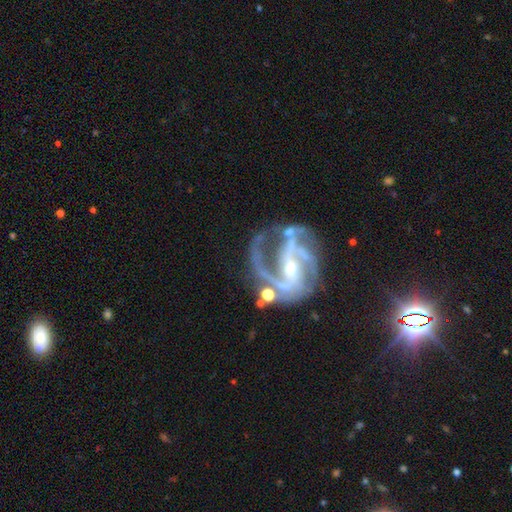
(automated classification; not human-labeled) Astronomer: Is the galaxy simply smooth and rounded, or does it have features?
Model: featured or disk — 90%.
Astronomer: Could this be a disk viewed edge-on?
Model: no — 98%.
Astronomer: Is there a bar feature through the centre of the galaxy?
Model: weak — 42% (runner-up: strong, 37%).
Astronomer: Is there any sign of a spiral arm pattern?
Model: yes — 97%.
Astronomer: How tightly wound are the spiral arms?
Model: medium — 55%.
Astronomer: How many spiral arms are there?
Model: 2 — 43% (runner-up: 3, 30%).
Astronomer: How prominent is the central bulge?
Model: small — 59%.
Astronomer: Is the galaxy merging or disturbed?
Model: none — 46% (runner-up: major disturbance, 25%).